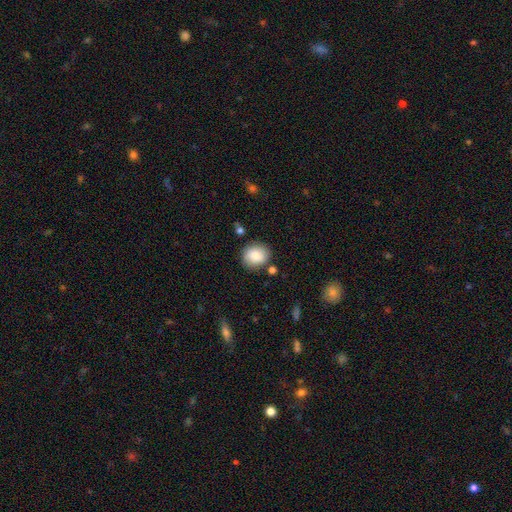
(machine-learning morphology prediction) A smooth galaxy with no disk features (85%) that is round (73%).

Vote fractions:
- Smooth or featured? smooth: 85% / star or artifact: 8% / featured or disk: 7%
- How rounded? round: 73% / in between: 26% / cigar-shaped: 1%
- Merging? none: 81% / minor disturbance: 12% / merger: 4% / major disturbance: 3%